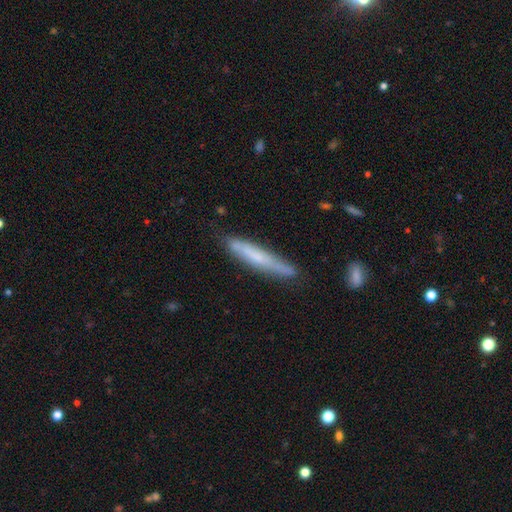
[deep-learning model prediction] A smooth galaxy with no disk features (52%) that is cigar-shaped (93%).

Vote fractions:
- Smooth or featured? smooth: 52% / featured or disk: 41% / star or artifact: 7%
- How rounded? cigar-shaped: 93% / in between: 6% / round: 1%
- Merging? none: 73% / minor disturbance: 20% / major disturbance: 4% / merger: 3%